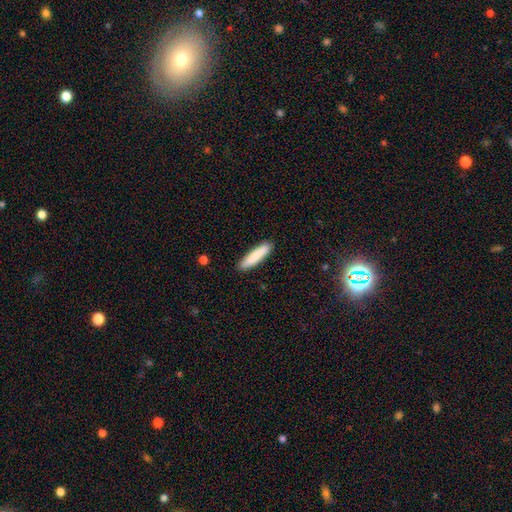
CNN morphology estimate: smooth-or-featured: smooth: 86% | featured or disk: 9% | star or artifact: 5%
  how-rounded: cigar-shaped: 85% | in between: 14% | round: 1%
  merging: none: 90% | minor disturbance: 7% | major disturbance: 2% | merger: 1%